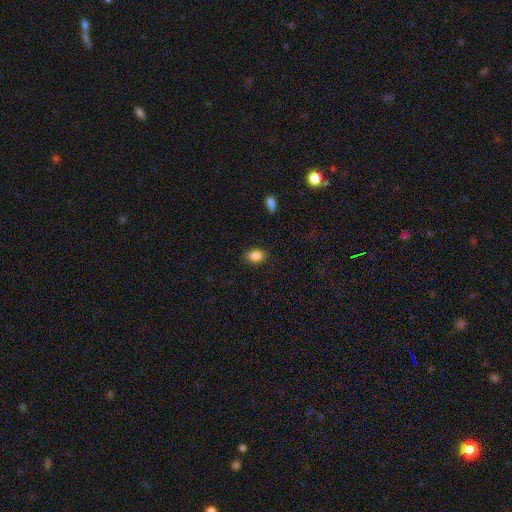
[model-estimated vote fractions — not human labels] The model was most divided on "how rounded": in between: 77%, round: 22%, cigar-shaped: 1%. More confident: smooth or featured — smooth (86%); merging — none (86%).